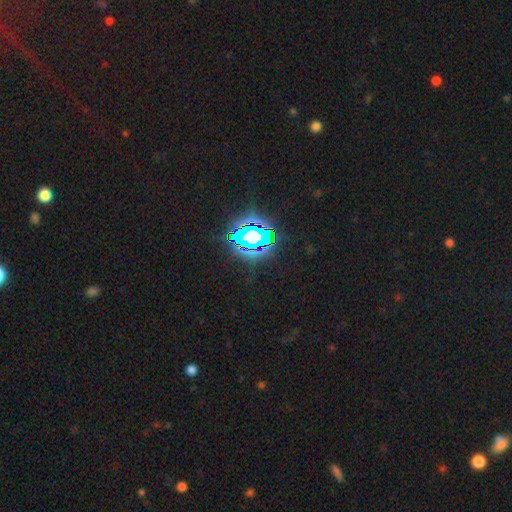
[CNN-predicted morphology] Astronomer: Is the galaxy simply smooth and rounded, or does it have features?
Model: star or artifact — 81%.